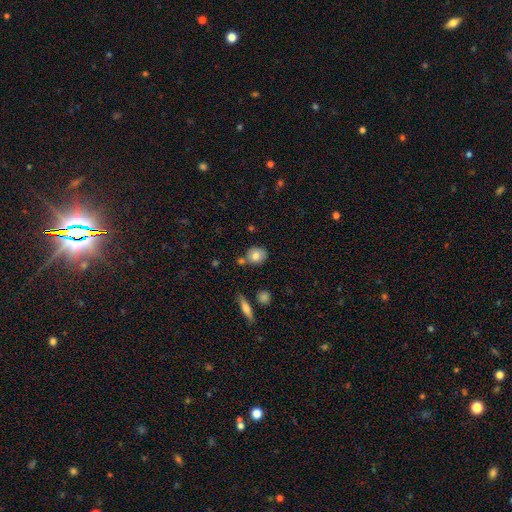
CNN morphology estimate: Smooth or featured?
  - smooth: 76% *
  - featured or disk: 15%
  - star or artifact: 8%
How rounded?
  - round: 65% *
  - in between: 34%
  - cigar-shaped: 2%
Merging?
  - none: 71% *
  - minor disturbance: 15%
  - merger: 11%
  - major disturbance: 3%